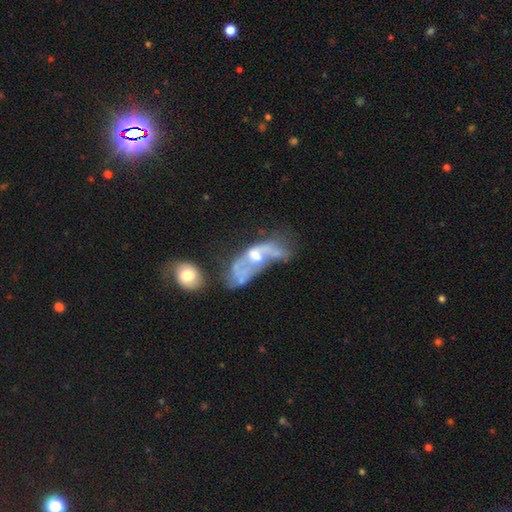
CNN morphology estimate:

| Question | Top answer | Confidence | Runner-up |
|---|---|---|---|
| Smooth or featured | featured or disk | 64% | smooth (24%) |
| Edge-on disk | no | 90% | yes (10%) |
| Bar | no | 75% | weak (19%) |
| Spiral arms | no | 66% | yes (34%) |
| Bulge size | moderate | 52% | small (22%) |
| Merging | major disturbance | 37% | merger (35%) |